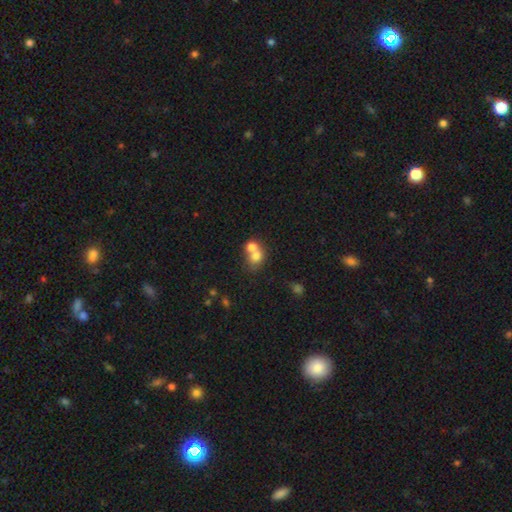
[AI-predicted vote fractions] Q: Smooth or featured?
A: smooth (72%); runner-up: featured or disk (17%)
Q: How rounded?
A: round (66%); runner-up: in between (33%)
Q: Merging?
A: merger (62%); runner-up: none (29%)